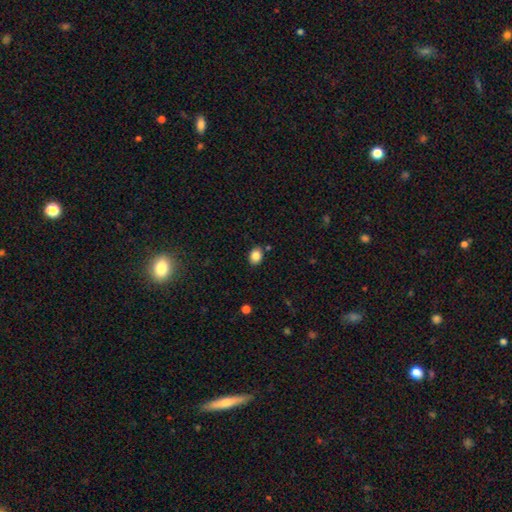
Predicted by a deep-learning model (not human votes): Smooth or featured?
  - smooth: 85% *
  - star or artifact: 9%
  - featured or disk: 6%
How rounded?
  - in between: 67% *
  - round: 32%
  - cigar-shaped: 1%
Merging?
  - none: 84% *
  - minor disturbance: 10%
  - merger: 4%
  - major disturbance: 2%